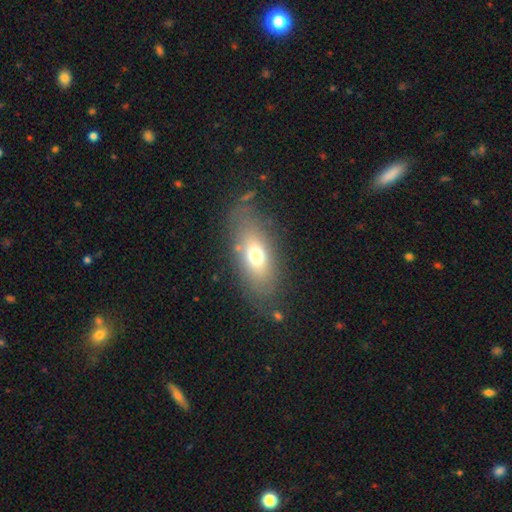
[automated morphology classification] The model was most divided on "smooth or featured": smooth: 64%, featured or disk: 25%, star or artifact: 11%. More confident: how rounded — in between (80%); merging — none (75%).